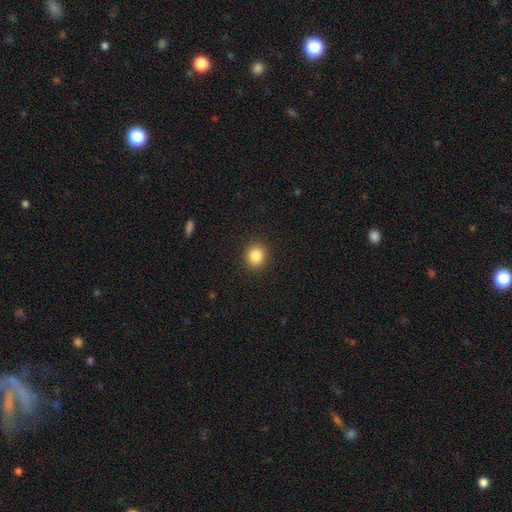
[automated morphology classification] A smooth galaxy with no disk features (85%) that is round (83%).

Vote fractions:
- Smooth or featured? smooth: 85% / star or artifact: 10% / featured or disk: 5%
- How rounded? round: 83% / in between: 16% / cigar-shaped: 1%
- Merging? none: 91% / minor disturbance: 6% / major disturbance: 2% / merger: 1%